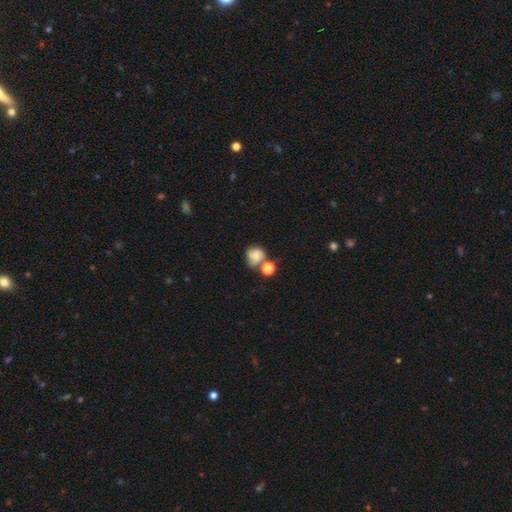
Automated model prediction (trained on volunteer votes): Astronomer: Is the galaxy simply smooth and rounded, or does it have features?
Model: smooth — 70%.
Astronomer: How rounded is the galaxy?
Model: round — 71%.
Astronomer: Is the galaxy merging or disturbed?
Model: none — 37% (runner-up: merger, 31%).